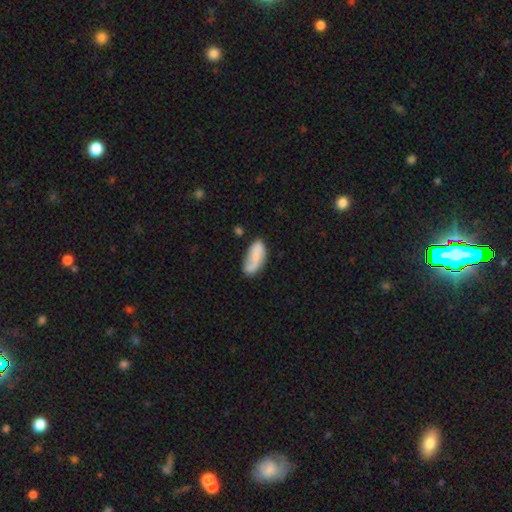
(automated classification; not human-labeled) Overall: smooth (63%; featured or disk 30%). How rounded: in between (88%). Merging: none (54%; minor disturbance 28%).